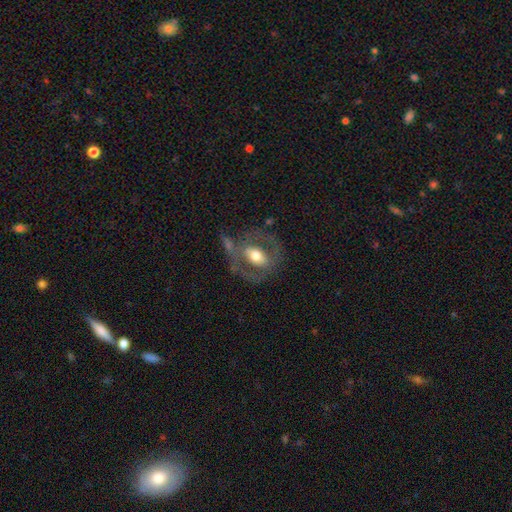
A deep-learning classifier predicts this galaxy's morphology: type=featured or disk (58%); edge-on=no (90%); bar=no (42%); spiral arms=no (71%); bulge=moderate (59%); merging=none (57%).